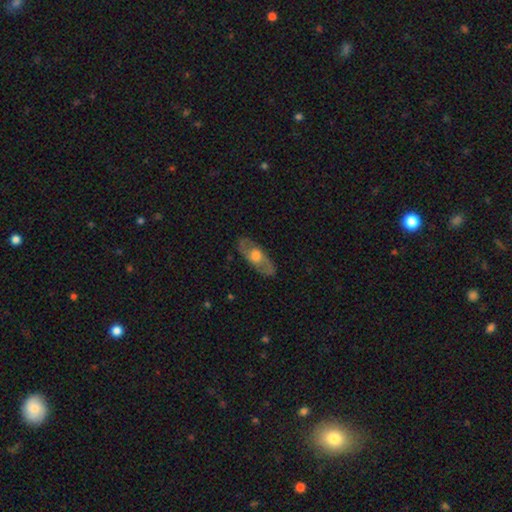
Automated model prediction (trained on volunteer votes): smooth_or_featured: featured or disk (p=0.57) [alt: smooth p=0.38]
disk_edge_on: no (p=0.73) [alt: yes p=0.27]
merging: none (p=0.82) [alt: minor disturbance p=0.13]